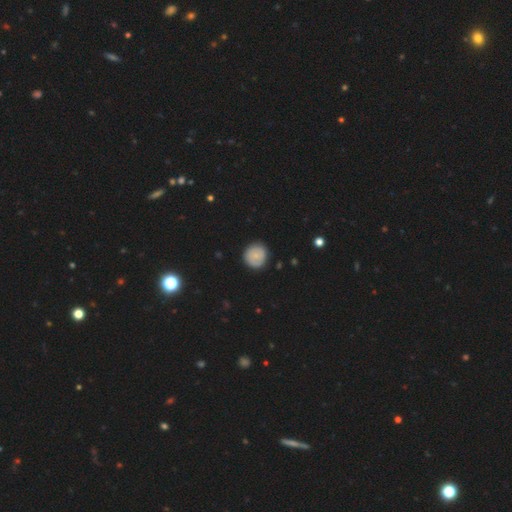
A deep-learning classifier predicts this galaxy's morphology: A smooth galaxy with no disk features (70%) that is round (91%).

Vote fractions:
- Smooth or featured? smooth: 70% / featured or disk: 22% / star or artifact: 8%
- How rounded? round: 91% / in between: 8% / cigar-shaped: 1%
- Merging? none: 87% / minor disturbance: 10% / major disturbance: 2% / merger: 1%